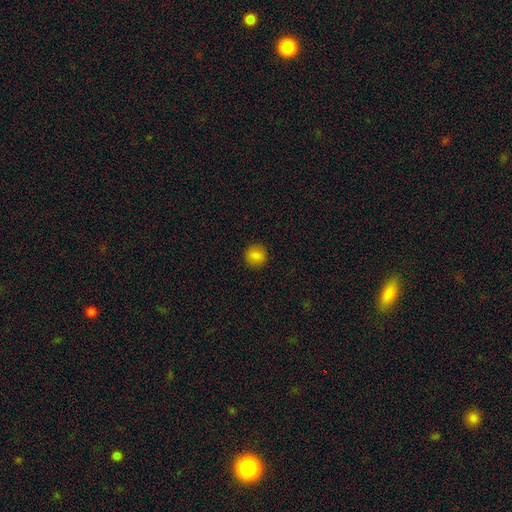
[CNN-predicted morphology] A smooth galaxy with no disk features (85%) that is round (90%).

Vote fractions:
- Smooth or featured? smooth: 85% / star or artifact: 11% / featured or disk: 4%
- How rounded? round: 90% / in between: 9% / cigar-shaped: 1%
- Merging? none: 91% / minor disturbance: 6% / major disturbance: 2% / merger: 1%